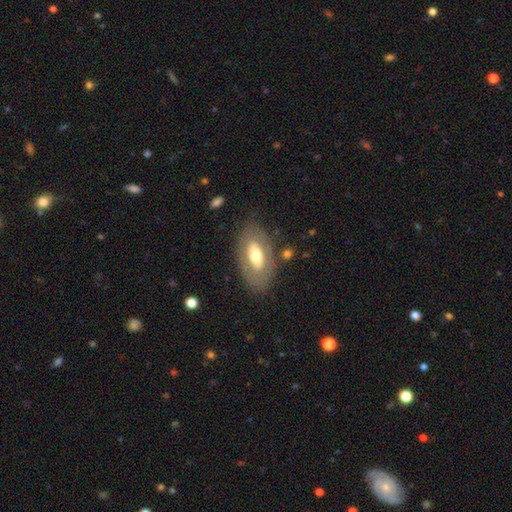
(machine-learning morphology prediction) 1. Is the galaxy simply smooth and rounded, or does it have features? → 50% featured or disk, 44% smooth, 6% star or artifact.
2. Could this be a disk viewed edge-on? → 87% no, 13% yes.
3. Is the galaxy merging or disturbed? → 79% none, 13% minor disturbance, 6% major disturbance, 2% merger.